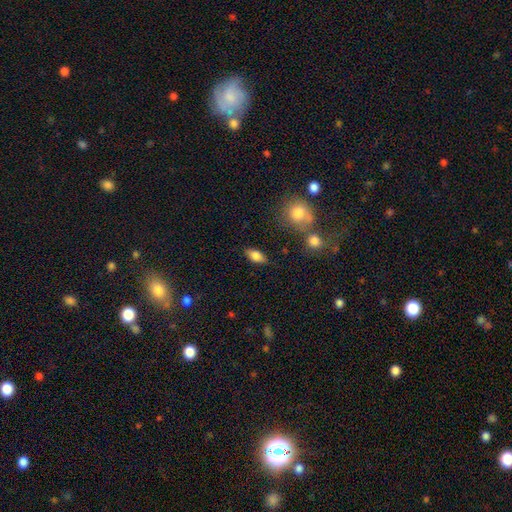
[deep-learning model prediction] A smooth galaxy with no disk features (78%) that is in between round and cigar-shaped (85%). Merging: none (82%).